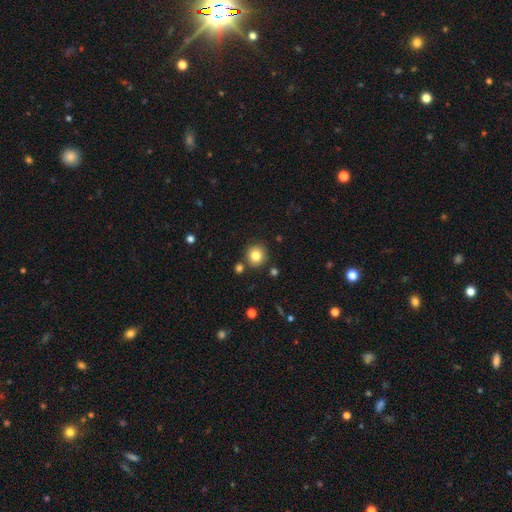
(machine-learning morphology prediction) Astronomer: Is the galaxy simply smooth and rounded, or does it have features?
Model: smooth — 82%.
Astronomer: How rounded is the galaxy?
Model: round — 92%.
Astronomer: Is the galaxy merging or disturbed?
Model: none — 85%.